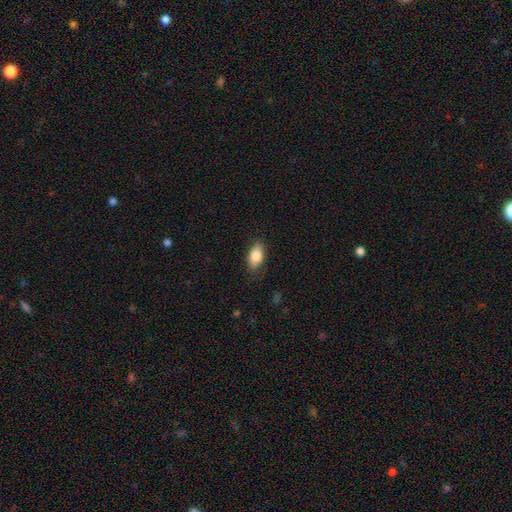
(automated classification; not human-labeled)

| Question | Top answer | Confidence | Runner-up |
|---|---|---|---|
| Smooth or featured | smooth | 83% | featured or disk (10%) |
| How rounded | in between | 90% | cigar-shaped (6%) |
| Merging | none | 83% | minor disturbance (13%) |